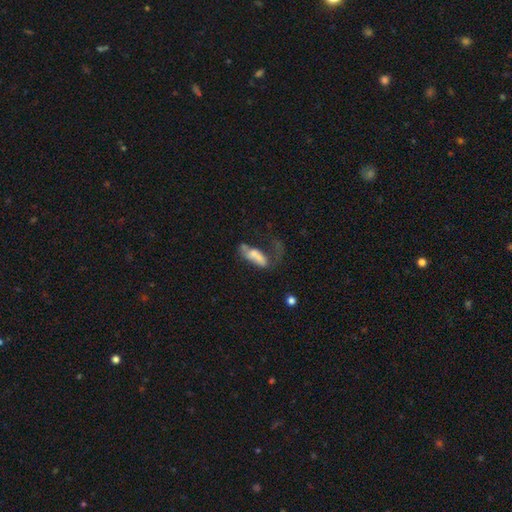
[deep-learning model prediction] smooth_or_featured: smooth (p=0.53) [alt: featured or disk p=0.37]
how_rounded: in between (p=0.69) [alt: cigar-shaped p=0.27]
merging: major disturbance (p=0.45) [alt: merger p=0.22]